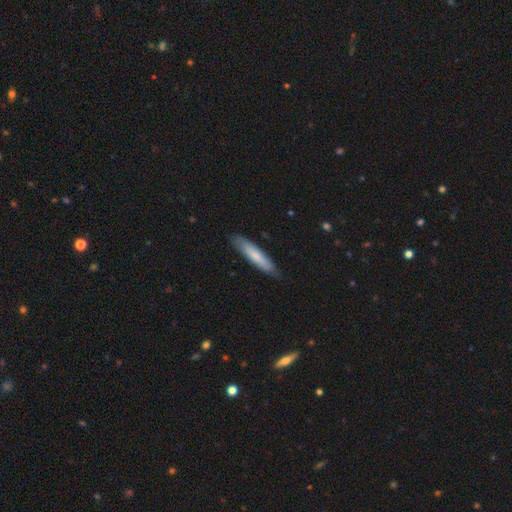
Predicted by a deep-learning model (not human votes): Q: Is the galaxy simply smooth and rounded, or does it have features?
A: smooth — 71%.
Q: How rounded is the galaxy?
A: cigar-shaped — 85%.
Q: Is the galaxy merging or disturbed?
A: none — 85%.